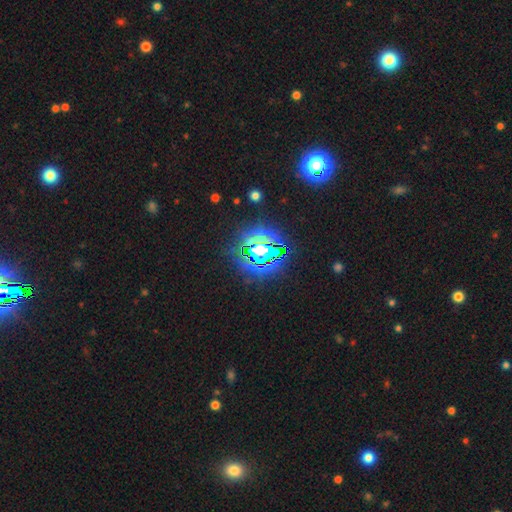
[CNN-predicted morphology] Q: Smooth or featured?
A: star or artifact (84%); runner-up: smooth (10%)